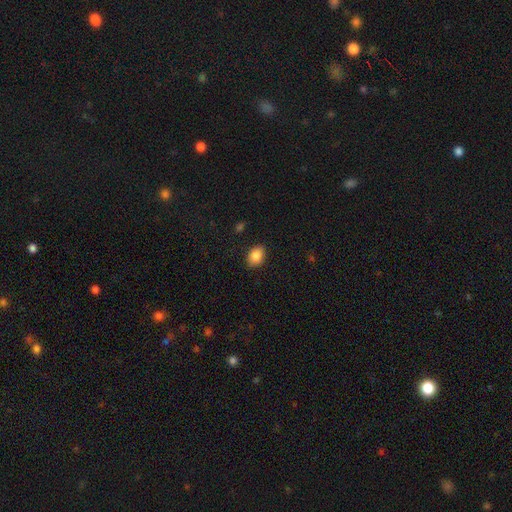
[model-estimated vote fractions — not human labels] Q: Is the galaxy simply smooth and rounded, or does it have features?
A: smooth — 86%.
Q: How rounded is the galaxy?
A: in between — 76%.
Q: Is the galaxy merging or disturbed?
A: none — 88%.